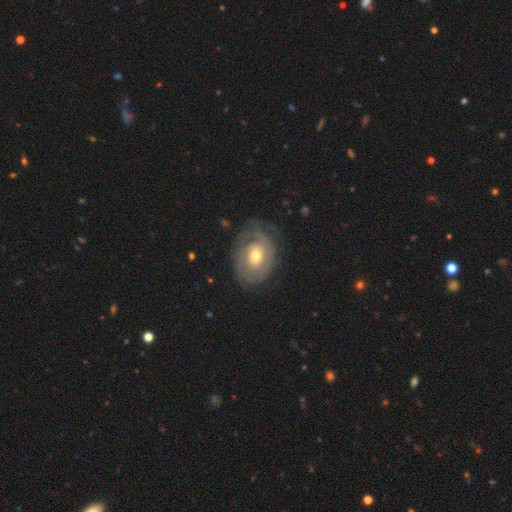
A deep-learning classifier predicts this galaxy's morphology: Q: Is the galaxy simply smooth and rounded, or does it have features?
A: featured or disk — 73%.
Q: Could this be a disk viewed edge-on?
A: no — 96%.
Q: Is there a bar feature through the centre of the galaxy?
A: no — 71%.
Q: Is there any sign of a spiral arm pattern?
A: yes — 82%.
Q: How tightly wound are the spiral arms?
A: tight — 68%.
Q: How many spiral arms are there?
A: can't tell — 38%.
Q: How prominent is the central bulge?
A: moderate — 62%.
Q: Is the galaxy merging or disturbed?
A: none — 69%.